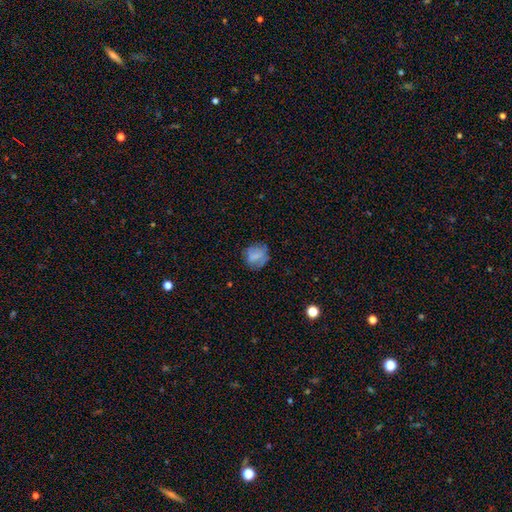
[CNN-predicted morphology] Overall: smooth (71%). How rounded: round (71%). Merging: none (67%).